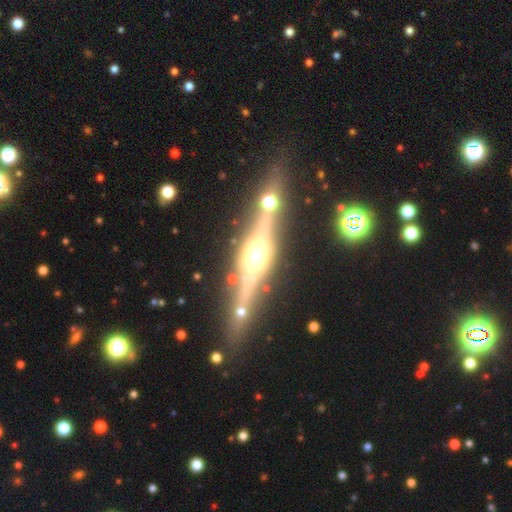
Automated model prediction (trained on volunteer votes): smooth-or-featured: featured or disk: 81% | smooth: 11% | star or artifact: 8%
  disk-edge-on: yes: 97% | no: 3%
    edge-on-bulge: rounded: 85% | boxy: 12% | none: 3%
  merging: none: 81% | minor disturbance: 9% | merger: 7% | major disturbance: 3%